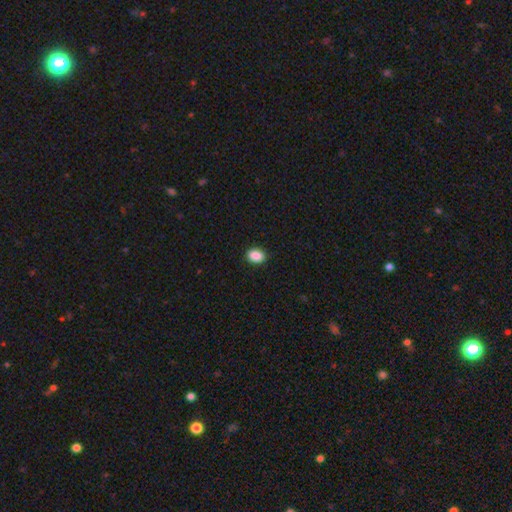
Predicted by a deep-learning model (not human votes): Smooth or featured?
  - smooth: 89% *
  - star or artifact: 8%
  - featured or disk: 3%
How rounded?
  - in between: 75% *
  - round: 24%
  - cigar-shaped: 1%
Merging?
  - none: 90% *
  - minor disturbance: 7%
  - major disturbance: 2%
  - merger: 1%